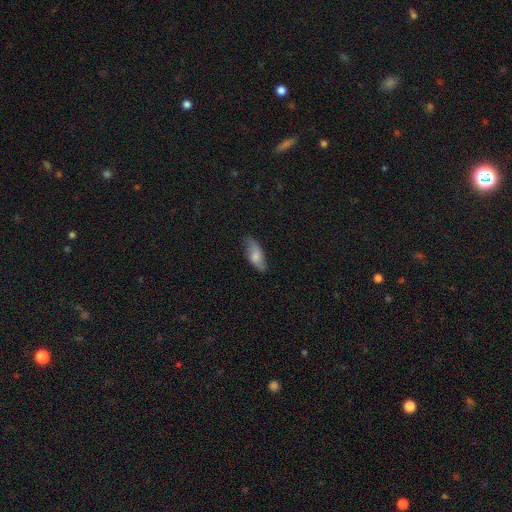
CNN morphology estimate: Smooth or featured: smooth — 73% (featured or disk — 21%)
How rounded: in between — 79% (cigar-shaped — 18%)
Merging: none — 72% (minor disturbance — 22%)